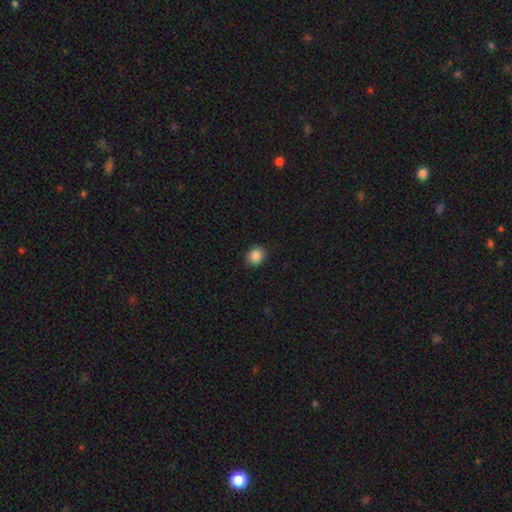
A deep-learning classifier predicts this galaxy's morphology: This appears to be a smooth galaxy with no disk features (87%) that is round (65%). Merging: none (90%).